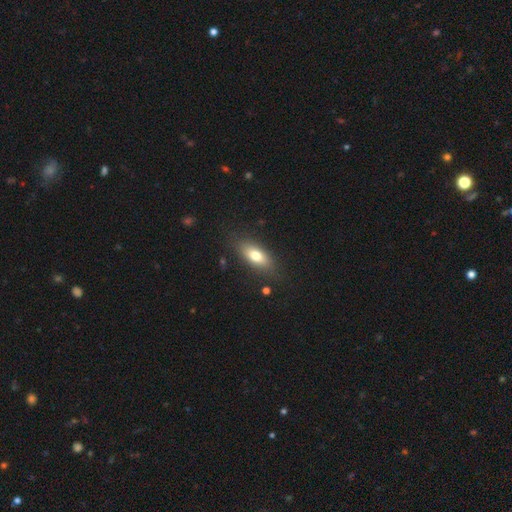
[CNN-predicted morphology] smooth 74%, featured or disk 18%, star or artifact 8%. Down the decision tree: how rounded — in between (80%); merging — none (82%).